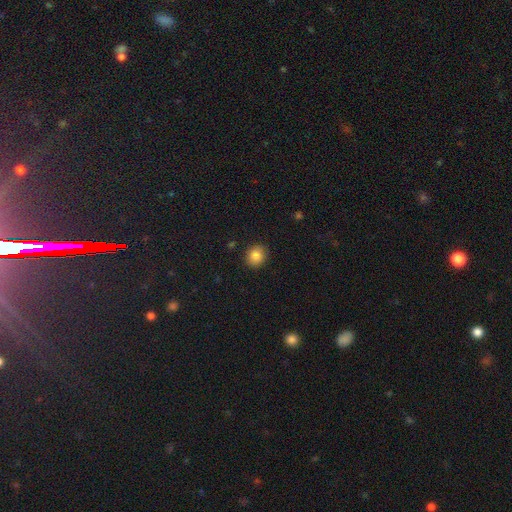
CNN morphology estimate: A smooth galaxy with no disk features (84%) that is round (75%). Merging: none (90%).